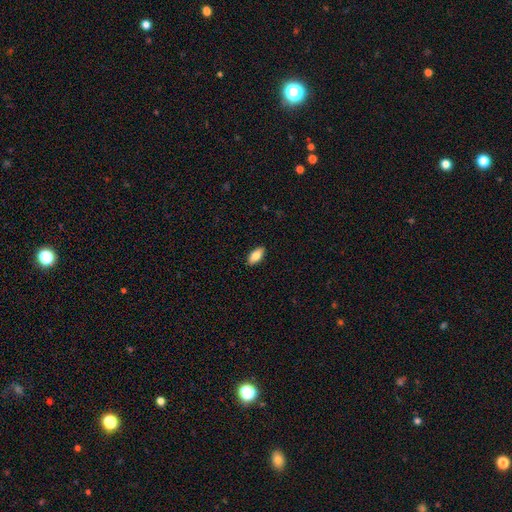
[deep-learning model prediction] Smooth or featured? Predicted: smooth (p=0.81). How rounded? Predicted: in between (p=0.89). Merging? Predicted: none (p=0.90).